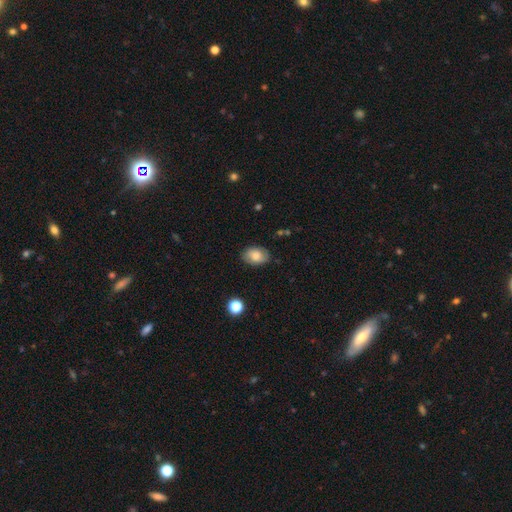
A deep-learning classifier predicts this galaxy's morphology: Smooth or featured: smooth — 74% (featured or disk — 18%)
How rounded: in between — 81% (round — 18%)
Merging: none — 82% (minor disturbance — 13%)